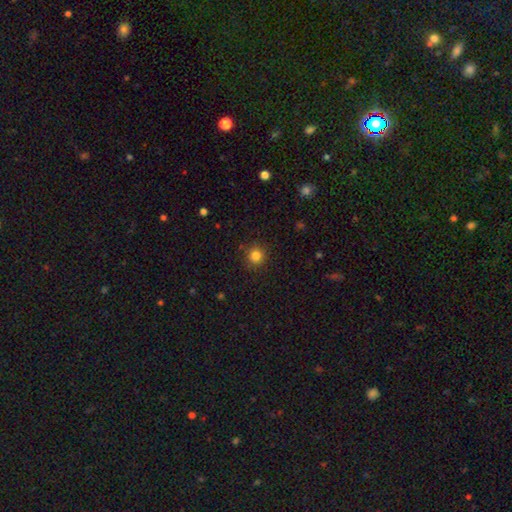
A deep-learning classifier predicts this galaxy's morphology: A smooth galaxy with no disk features (83%) that is round (93%). Merging: none (89%).